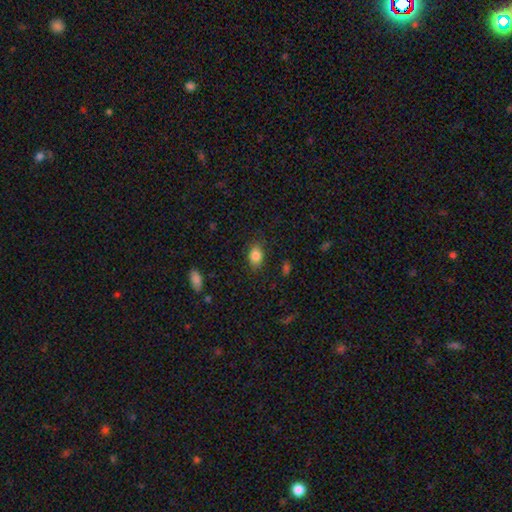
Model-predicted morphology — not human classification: Smooth or featured: smooth — 84% (star or artifact — 9%)
How rounded: in between — 81% (round — 17%)
Merging: none — 83% (minor disturbance — 13%)